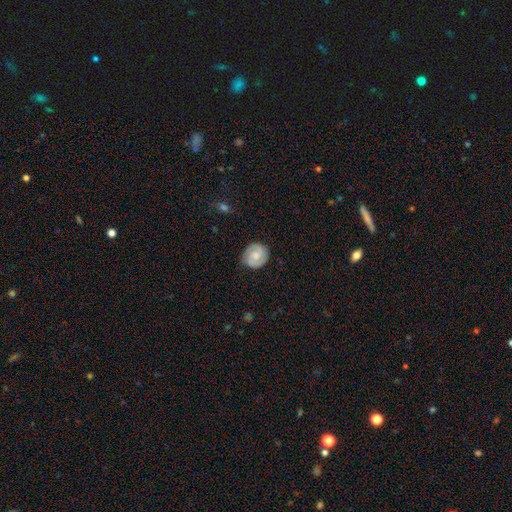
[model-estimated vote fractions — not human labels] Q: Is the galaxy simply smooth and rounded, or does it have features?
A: featured or disk — 48%.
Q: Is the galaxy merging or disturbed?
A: none — 82%.